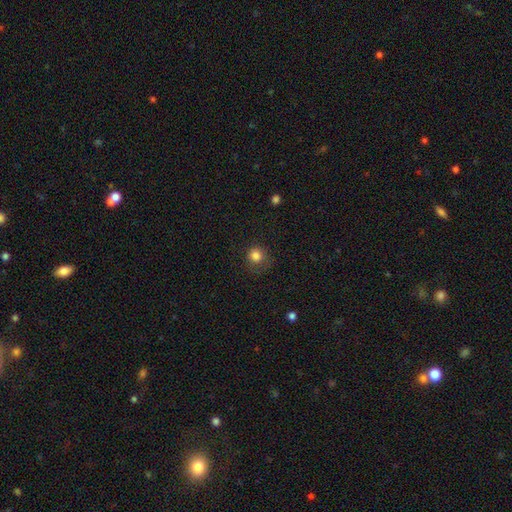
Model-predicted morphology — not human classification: Smooth or featured?
  - smooth: 83% *
  - star or artifact: 12%
  - featured or disk: 5%
How rounded?
  - round: 88% *
  - in between: 11%
  - cigar-shaped: 1%
Merging?
  - none: 70% *
  - minor disturbance: 19%
  - major disturbance: 9%
  - merger: 1%